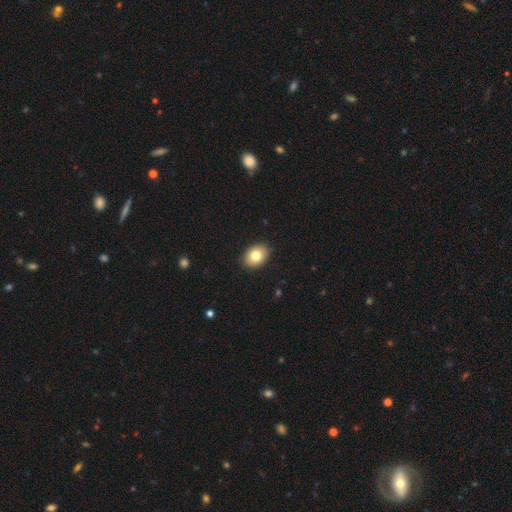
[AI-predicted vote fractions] Smooth or featured? smooth (80%)
How rounded? in between (69%)
Merging? none (89%)